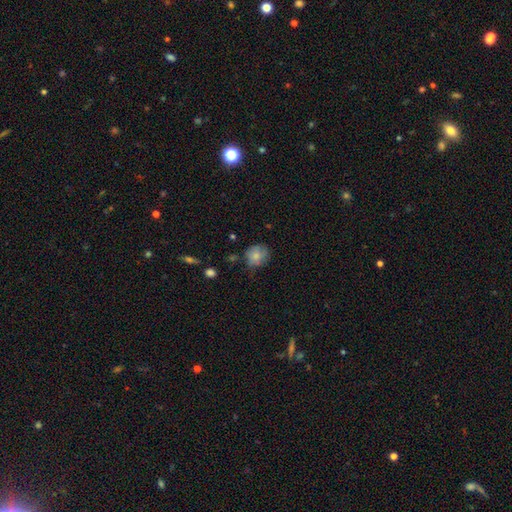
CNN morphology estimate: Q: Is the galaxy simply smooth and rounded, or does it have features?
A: smooth — 77%.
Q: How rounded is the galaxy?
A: round — 76%.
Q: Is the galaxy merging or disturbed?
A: none — 62%.